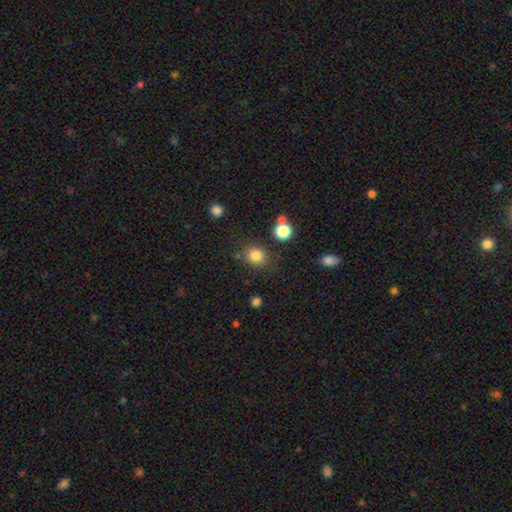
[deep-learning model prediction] This is clearly a smooth galaxy (82%). How rounded: likely round (73%). Merging: likely none (77%).